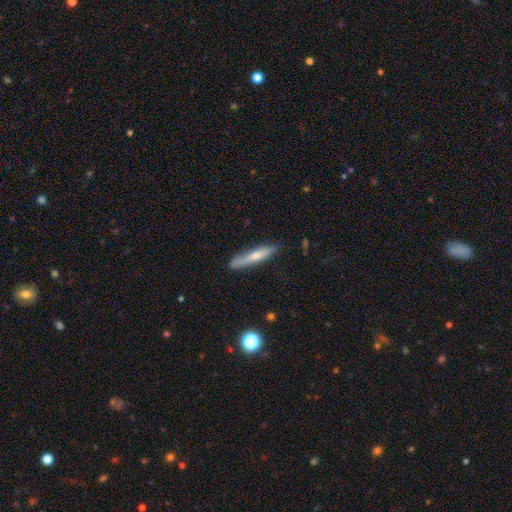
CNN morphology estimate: This appears to be a smooth galaxy with no disk features (59%) that is cigar-shaped (90%). Merging: none (81%).